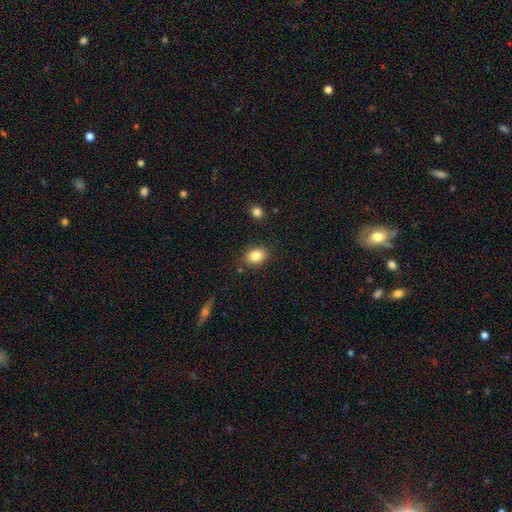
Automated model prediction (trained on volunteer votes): Smooth or featured? Predicted: smooth (p=0.84). How rounded? Predicted: in between (p=0.59). Merging? Predicted: none (p=0.85).